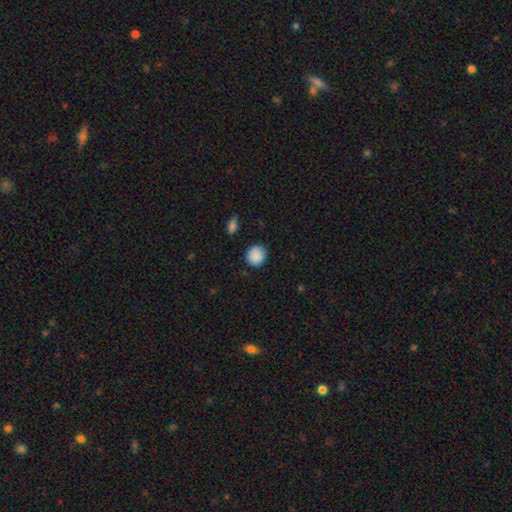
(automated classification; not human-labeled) Smooth or featured? smooth (89%)
How rounded? round (86%)
Merging? none (86%)